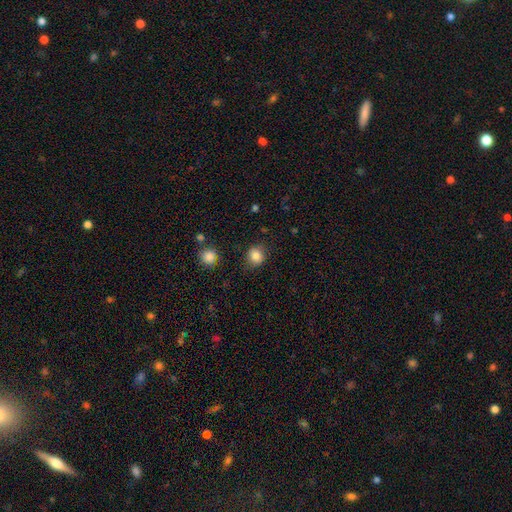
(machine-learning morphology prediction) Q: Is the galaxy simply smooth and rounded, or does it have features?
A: smooth — 84%.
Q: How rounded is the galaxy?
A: round — 79%.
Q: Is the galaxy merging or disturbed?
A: none — 81%.